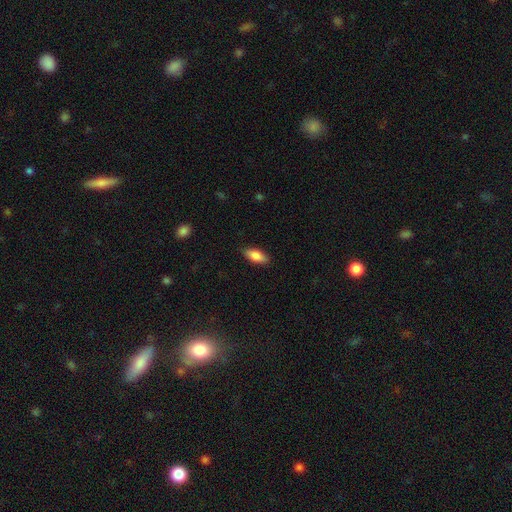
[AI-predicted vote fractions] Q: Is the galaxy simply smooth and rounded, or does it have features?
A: smooth — 84%.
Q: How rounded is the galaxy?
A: in between — 83%.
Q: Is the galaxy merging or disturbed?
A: none — 87%.